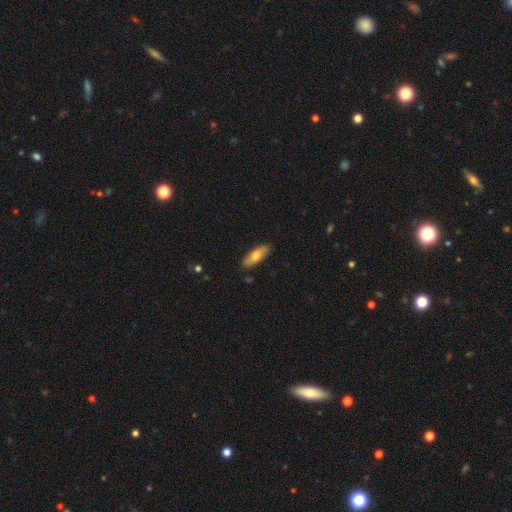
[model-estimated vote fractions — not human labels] The model was most divided on "how rounded": in between: 68%, cigar-shaped: 30%, round: 2%. More confident: merging — none (86%); smooth or featured — smooth (73%).